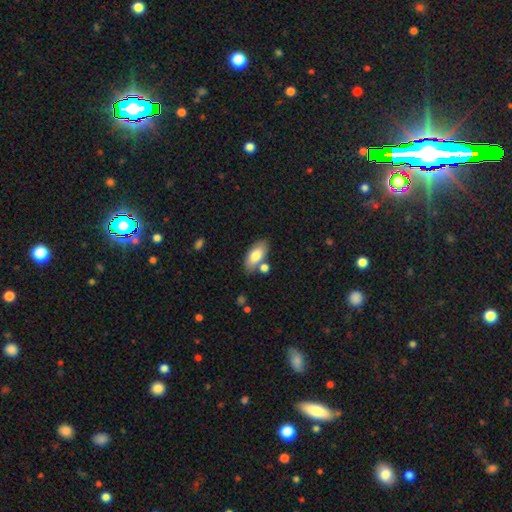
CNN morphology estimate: Overall: smooth (76%). How rounded: in between (89%). Merging: none (71%).